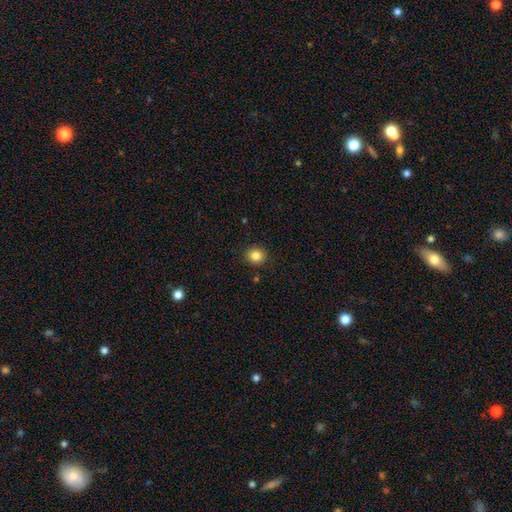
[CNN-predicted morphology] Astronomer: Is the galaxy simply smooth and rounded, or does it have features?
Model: smooth — 85%.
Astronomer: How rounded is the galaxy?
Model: round — 78%.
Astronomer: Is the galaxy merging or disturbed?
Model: none — 90%.